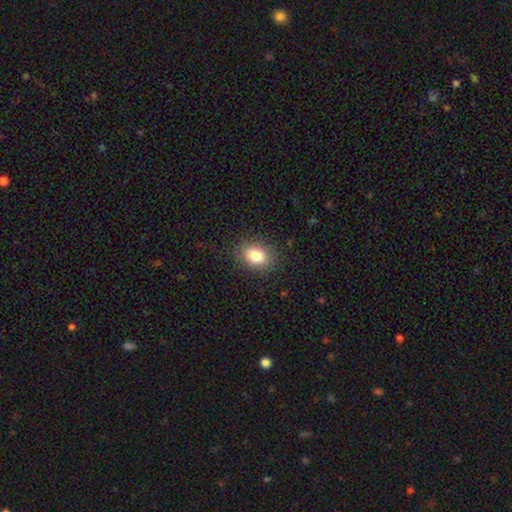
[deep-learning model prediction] Smooth or featured? Predicted: smooth (p=0.82). How rounded? Predicted: in between (p=0.67). Merging? Predicted: none (p=0.85).